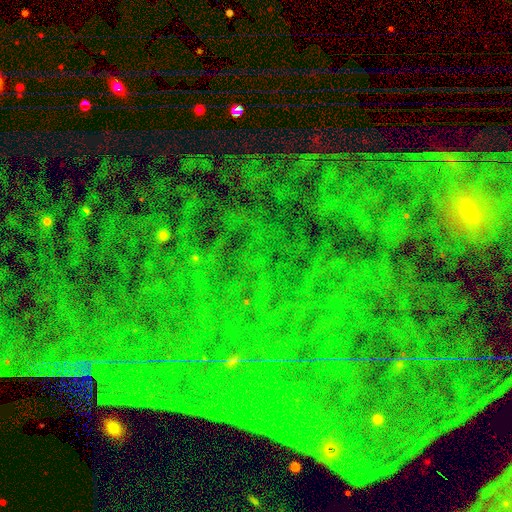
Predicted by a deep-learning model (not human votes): Smooth or featured: star or artifact — 80% (smooth — 12%)